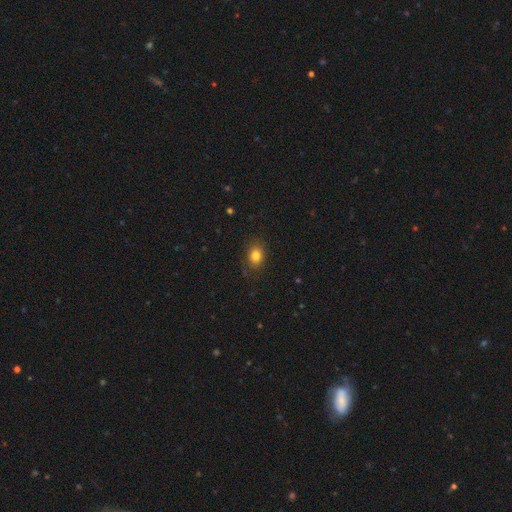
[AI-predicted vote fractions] Smooth or featured: smooth — 82% (star or artifact — 11%)
How rounded: in between — 60% (round — 39%)
Merging: none — 82% (minor disturbance — 13%)